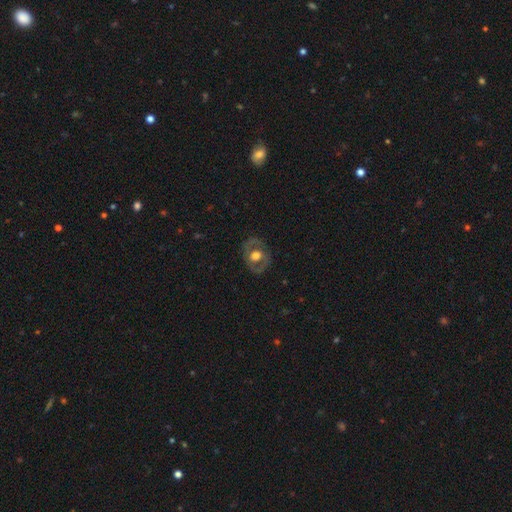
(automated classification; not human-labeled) A featured or disk galaxy (57%) with no bar (73%), no spiral arms (69%) and a moderate central bulge (49%).

Vote fractions:
- Smooth or featured? featured or disk: 57% / smooth: 35% / star or artifact: 7%
- Edge-on disk? no: 94% / yes: 6%
- Bar? no: 73% / weak: 21% / strong: 6%
- Spiral arms? no: 69% / yes: 31%
- Bulge size? moderate: 49% / large: 42% / small: 5% / dominant: 3% / none: 1%
- Merging? none: 77% / minor disturbance: 14% / major disturbance: 7% / merger: 1%